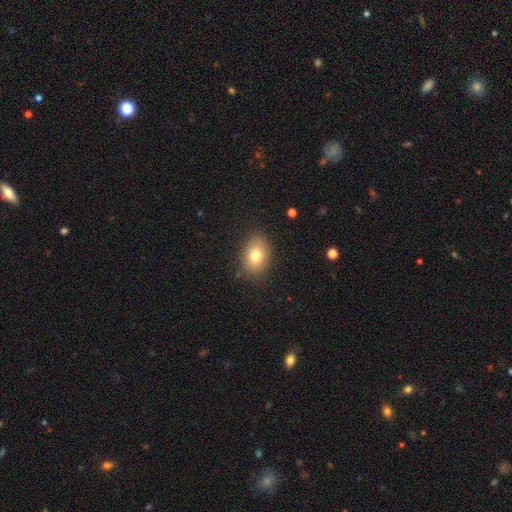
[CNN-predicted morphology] Smooth or featured? Predicted: smooth (p=0.77). How rounded? Predicted: in between (p=0.78). Merging? Predicted: none (p=0.84).